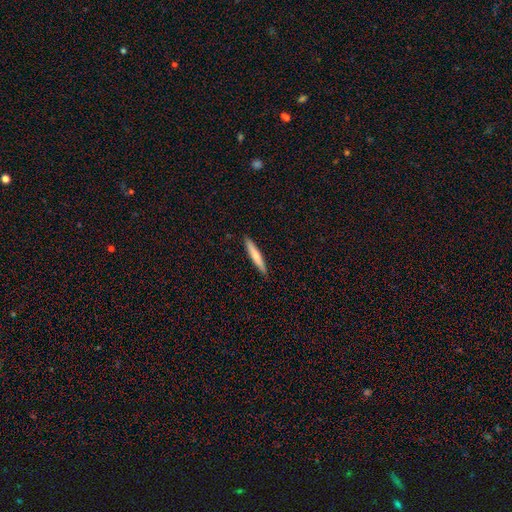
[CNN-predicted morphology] type=smooth (68%); roundness=cigar-shaped (93%); merging=none (91%).